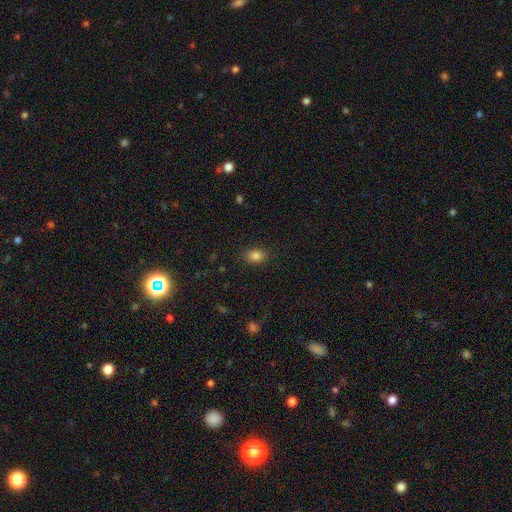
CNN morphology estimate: The model was most divided on "how rounded": in between: 70%, round: 29%, cigar-shaped: 1%. More confident: merging — none (86%); smooth or featured — smooth (83%).